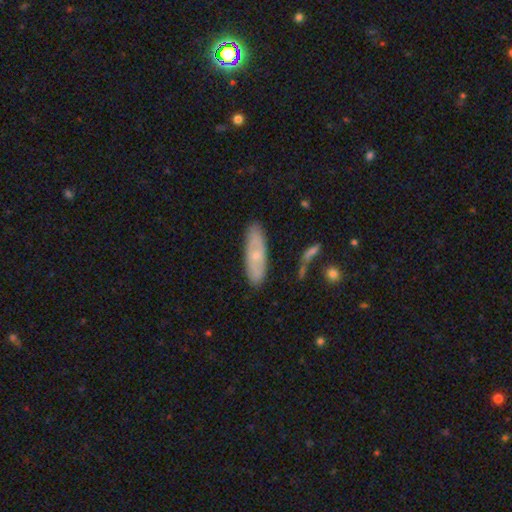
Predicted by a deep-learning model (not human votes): Smooth or featured? Predicted: smooth (p=0.50). How rounded? Predicted: in between (p=0.49). Merging? Predicted: none (p=0.82).